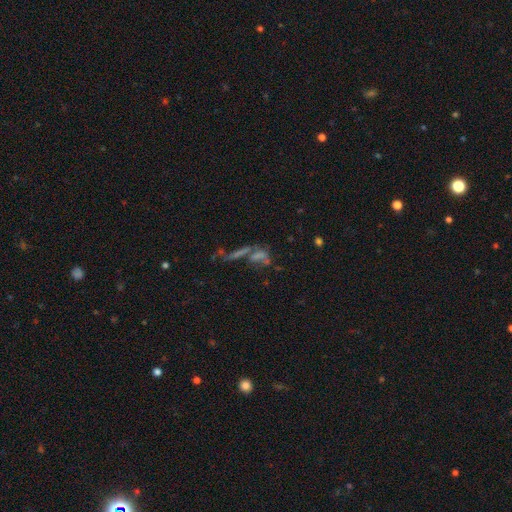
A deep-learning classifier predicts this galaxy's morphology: featured or disk 38%, star or artifact 34%, smooth 28%. Down the decision tree: merging — merger (33%).